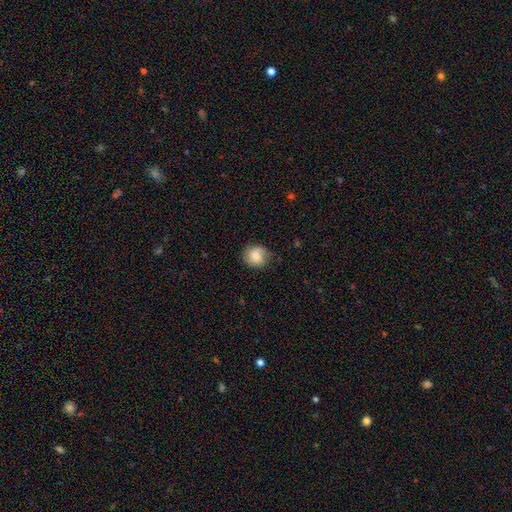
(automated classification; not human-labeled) Overall: smooth (72%). How rounded: round (77%). Merging: none (73%).